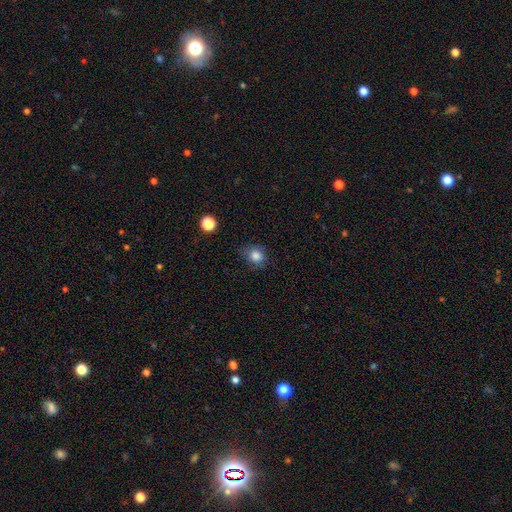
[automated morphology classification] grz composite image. It shows a smooth galaxy with no disk features (83%) that is round (64%). Merging: none (70%).